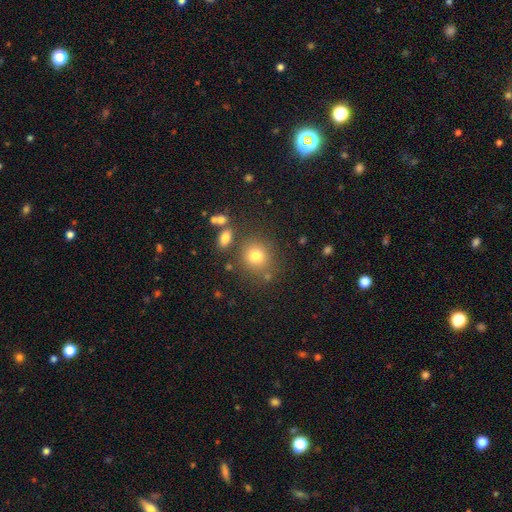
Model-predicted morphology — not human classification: smooth_or_featured: smooth (p=0.76) [alt: star or artifact p=0.14]
how_rounded: round (p=0.81) [alt: in between p=0.18]
merging: none (p=0.76) [alt: minor disturbance p=0.11]